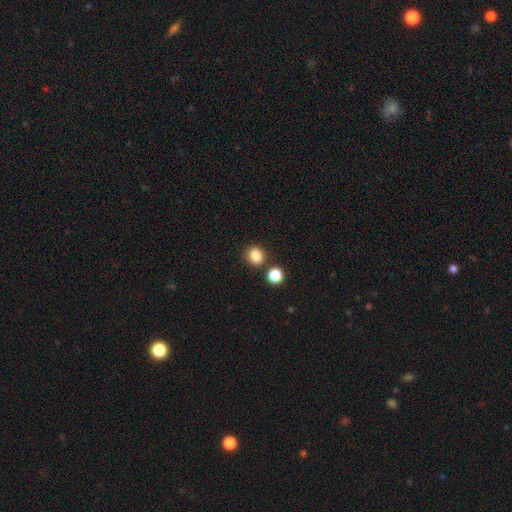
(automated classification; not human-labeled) Smooth or featured?
  - smooth: 85% *
  - star or artifact: 11%
  - featured or disk: 4%
How rounded?
  - round: 69% *
  - in between: 30%
  - cigar-shaped: 1%
Merging?
  - none: 77% *
  - minor disturbance: 10%
  - merger: 9%
  - major disturbance: 3%